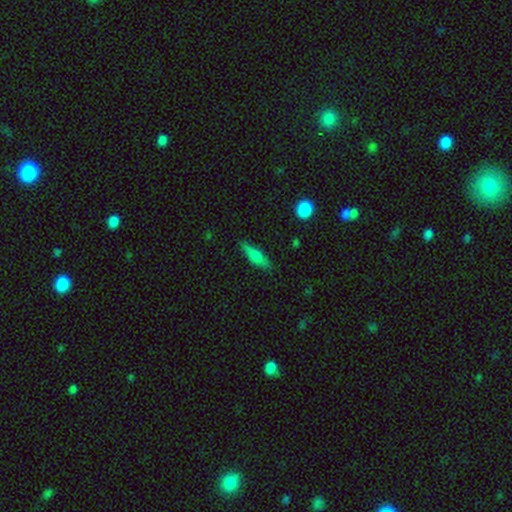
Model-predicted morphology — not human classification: Smooth or featured: smooth — 64% (featured or disk — 28%)
How rounded: cigar-shaped — 61% (in between — 36%)
Merging: none — 82% (minor disturbance — 14%)